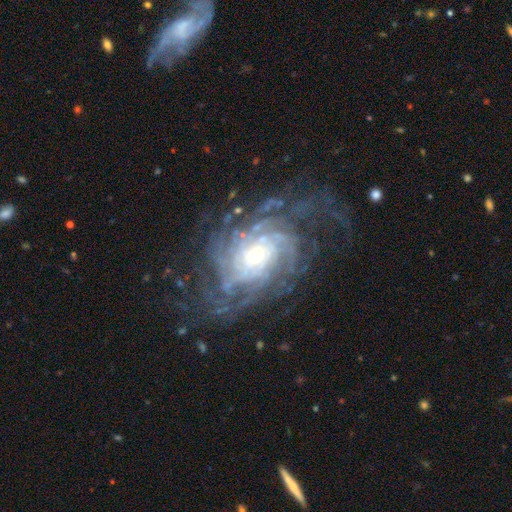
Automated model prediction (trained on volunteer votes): This is clearly a featured or disk galaxy (89%). It is clearly not viewed edge-on (97%). Bar: likely no (73%). Spiral arm pattern: clearly yes (97%). Spiral arm count: marginally more than 4 (33%). Spiral winding: likely tight (68%). Central bulge: likely small (61%). Merging: likely none (66%).